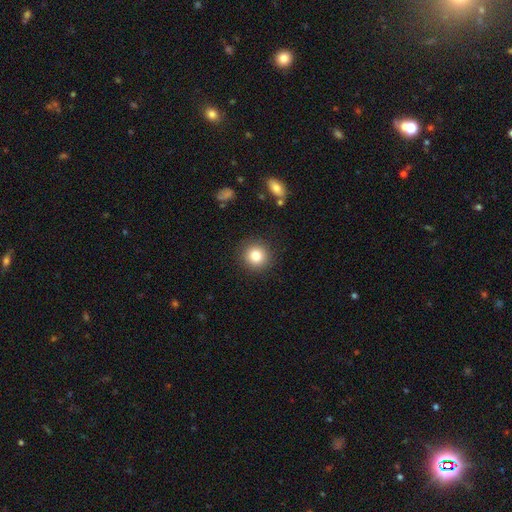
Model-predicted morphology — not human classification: Smooth or featured: smooth — 82% (star or artifact — 11%)
How rounded: round — 93% (in between — 6%)
Merging: none — 90% (minor disturbance — 7%)